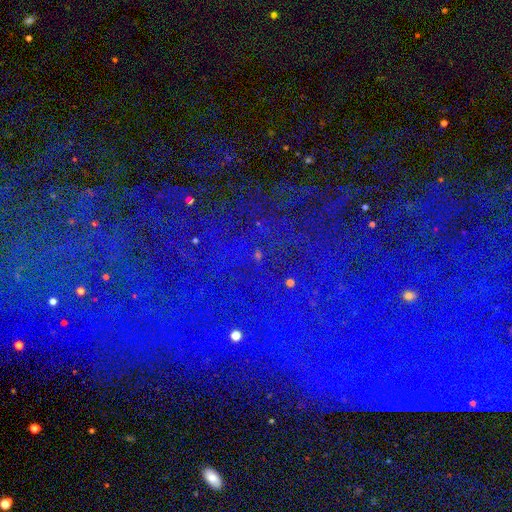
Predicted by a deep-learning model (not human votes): Morphology: type=star or artifact (80%).